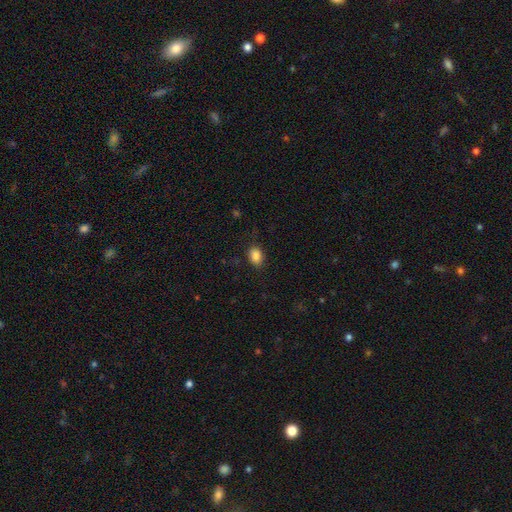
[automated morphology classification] Smooth or featured? Predicted: smooth (p=0.86). How rounded? Predicted: in between (p=0.77). Merging? Predicted: none (p=0.82).